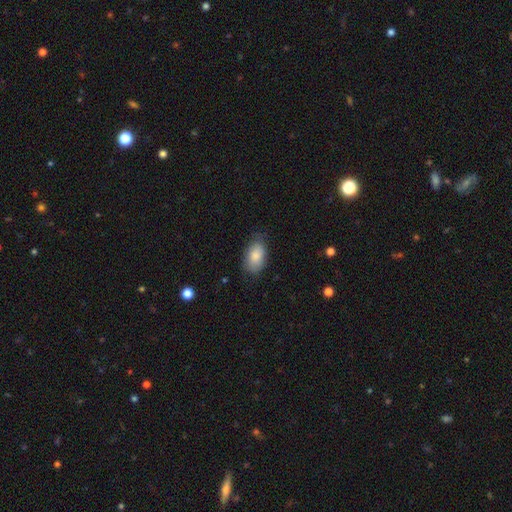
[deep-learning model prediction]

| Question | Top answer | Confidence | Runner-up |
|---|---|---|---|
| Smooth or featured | smooth | 85% | featured or disk (9%) |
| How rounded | in between | 93% | round (5%) |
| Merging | none | 73% | minor disturbance (21%) |